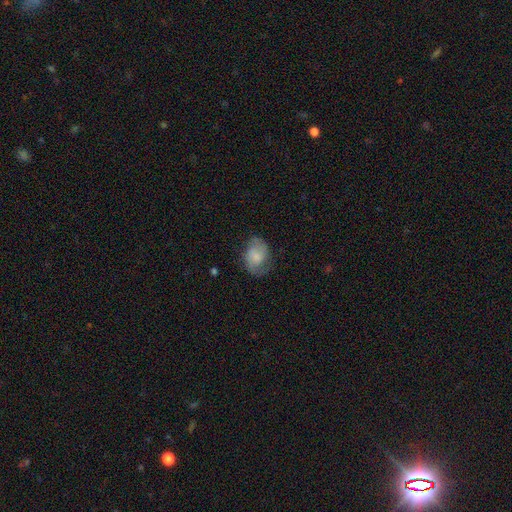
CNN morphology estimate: Smooth or featured: smooth — 47% (featured or disk — 45%)
Merging: none — 60% (minor disturbance — 25%)